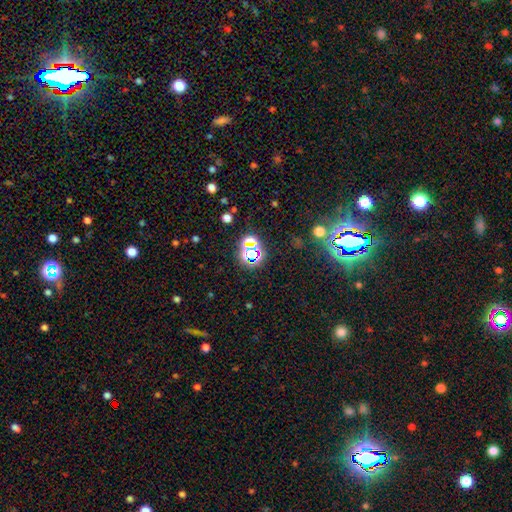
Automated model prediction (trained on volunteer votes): A star or artifact, not a galaxy (67%).

Vote fractions:
- Smooth or featured? star or artifact: 67% / smooth: 23% / featured or disk: 10%